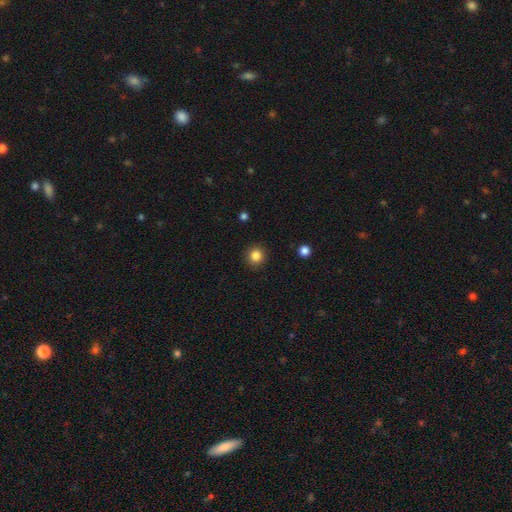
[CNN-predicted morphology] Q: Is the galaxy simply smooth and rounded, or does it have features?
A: smooth — 84%.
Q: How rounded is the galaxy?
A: round — 92%.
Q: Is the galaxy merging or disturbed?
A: none — 91%.